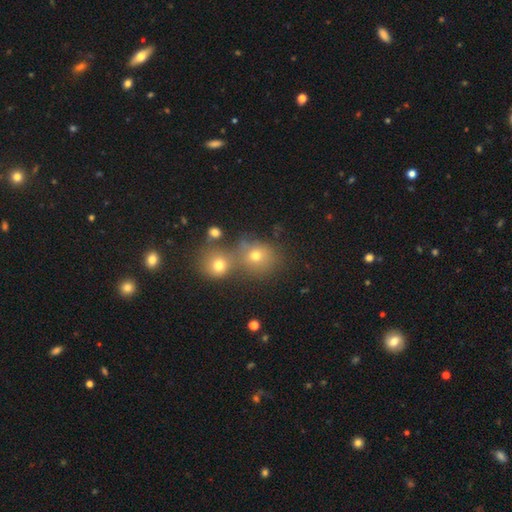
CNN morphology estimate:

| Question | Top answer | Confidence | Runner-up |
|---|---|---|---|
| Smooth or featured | smooth | 68% | star or artifact (19%) |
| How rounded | round | 82% | in between (17%) |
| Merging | none | 46% | merger (42%) |